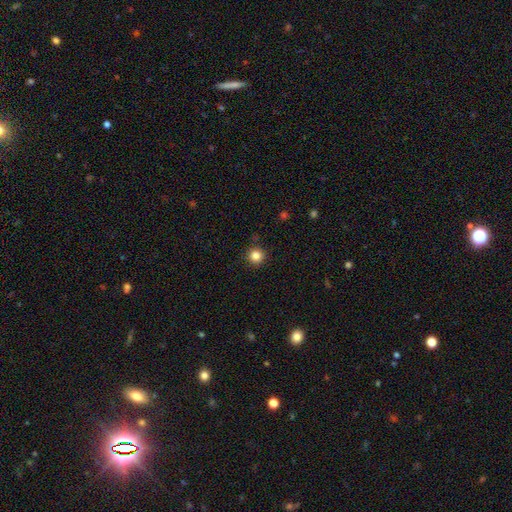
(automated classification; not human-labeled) Smooth or featured: smooth — 84% (star or artifact — 12%)
How rounded: round — 95% (in between — 4%)
Merging: none — 92% (minor disturbance — 5%)